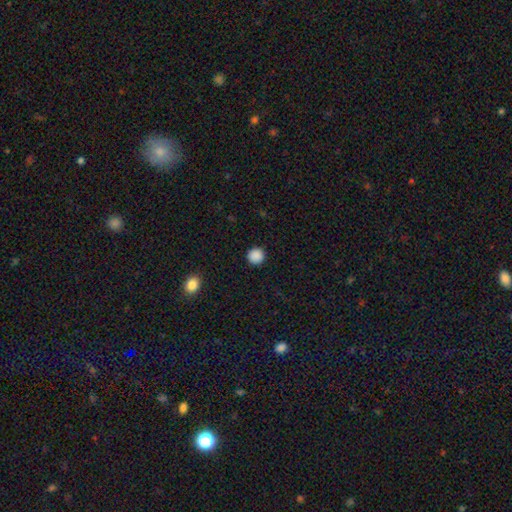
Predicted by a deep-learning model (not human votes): This appears to be a smooth galaxy with no disk features (88%) that is round (94%). Merging: none (92%).